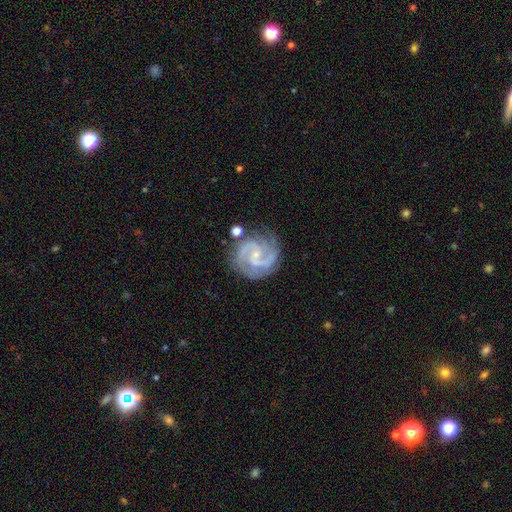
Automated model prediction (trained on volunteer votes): Morphology: type=featured or disk (89%); edge-on=no (98%); bar=no (48%); spiral arms=yes (98%); winding=medium (50%); arm count=2 (72%); bulge=small (76%); merging=none (74%).